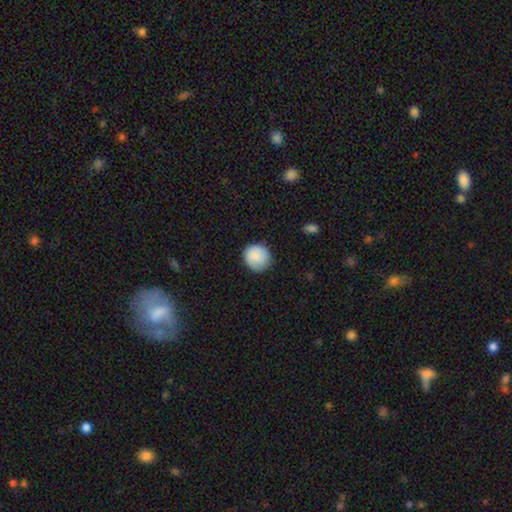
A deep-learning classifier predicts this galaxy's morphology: Overall: smooth (86%). How rounded: round (91%). Merging: none (85%).